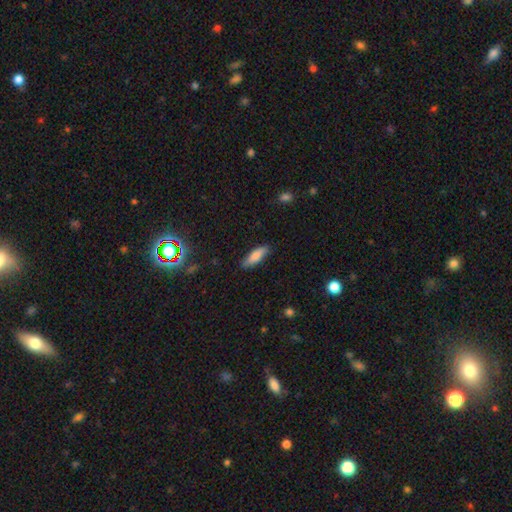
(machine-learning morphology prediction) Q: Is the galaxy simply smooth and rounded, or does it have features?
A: smooth — 81%.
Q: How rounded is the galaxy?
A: cigar-shaped — 49%, tied with in between.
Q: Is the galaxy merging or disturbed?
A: none — 85%.